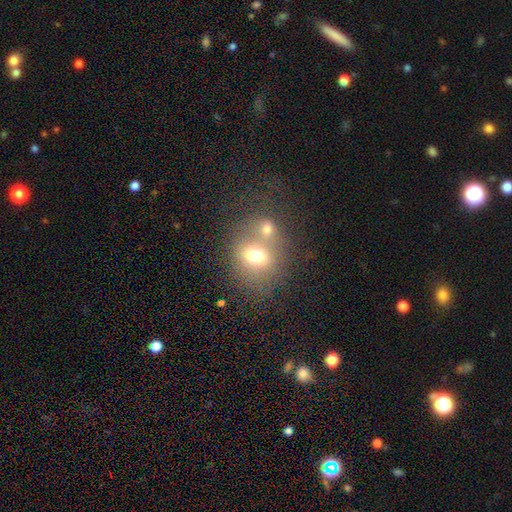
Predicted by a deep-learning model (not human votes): This appears to be a smooth galaxy with no disk features (66%) that is round (66%). Merging: merger (48%).